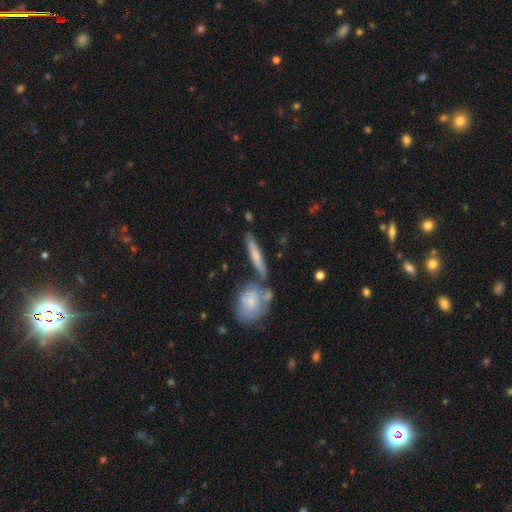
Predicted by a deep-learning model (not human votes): This is possibly a smooth galaxy (58%). How rounded: clearly cigar-shaped (83%). Merging: likely none (65%).